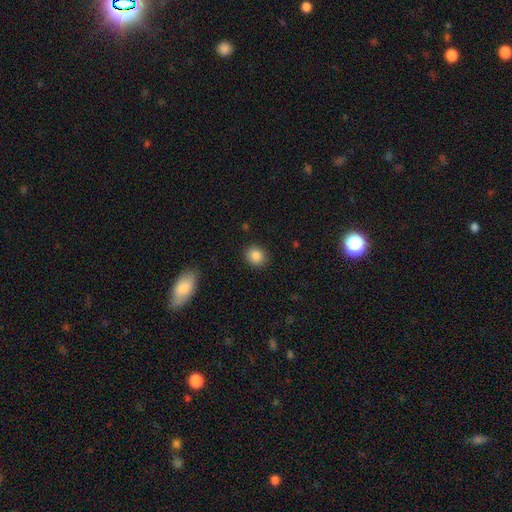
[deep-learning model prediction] Overall: smooth (86%). How rounded: round (77%). Merging: none (90%).